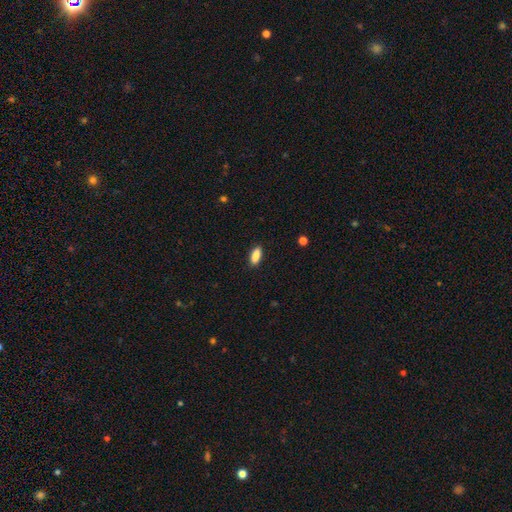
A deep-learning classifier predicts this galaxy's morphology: Smooth or featured? smooth (89%)
How rounded? in between (77%)
Merging? none (88%)